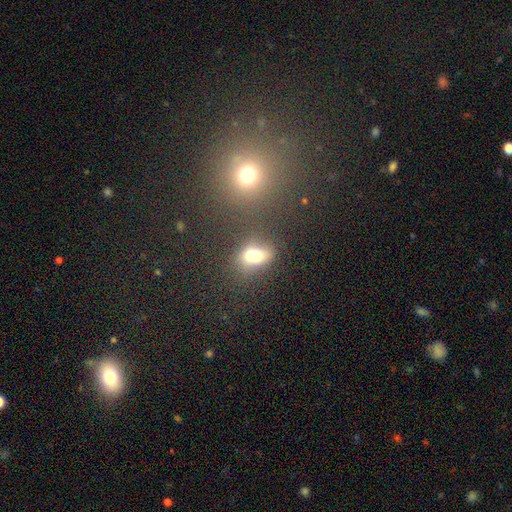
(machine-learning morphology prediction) This appears to be a smooth galaxy with no disk features (67%) that is in between round and cigar-shaped (69%). Merging: merger (39%).